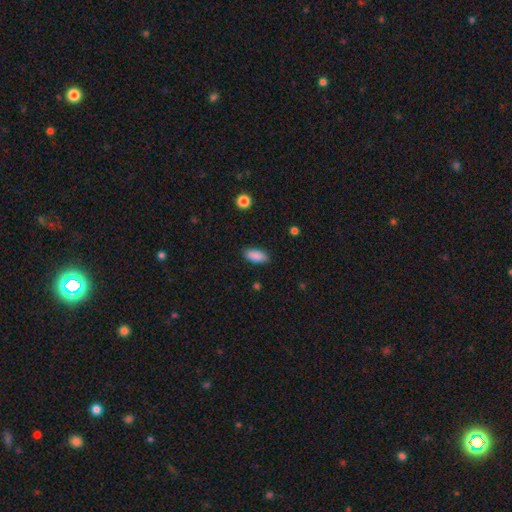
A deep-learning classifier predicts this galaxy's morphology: The model was most divided on "how rounded": in between: 86%, cigar-shaped: 11%, round: 2%. More confident: smooth or featured — smooth (89%); merging — none (86%).